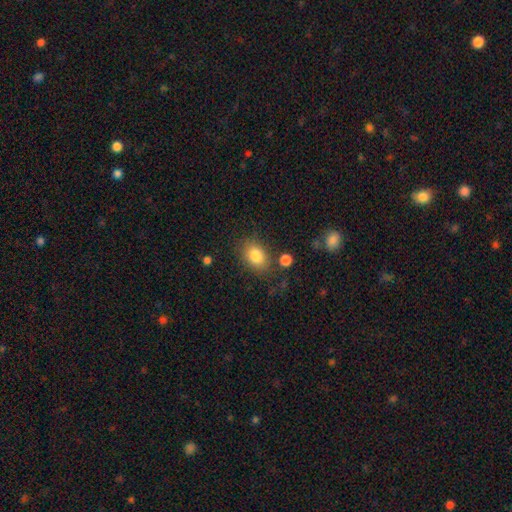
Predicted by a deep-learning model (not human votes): A smooth galaxy with no disk features (82%) that is in between round and cigar-shaped (73%).

Vote fractions:
- Smooth or featured? smooth: 82% / star or artifact: 9% / featured or disk: 9%
- How rounded? in between: 73% / round: 26% / cigar-shaped: 1%
- Merging? none: 76% / minor disturbance: 14% / major disturbance: 5% / merger: 5%